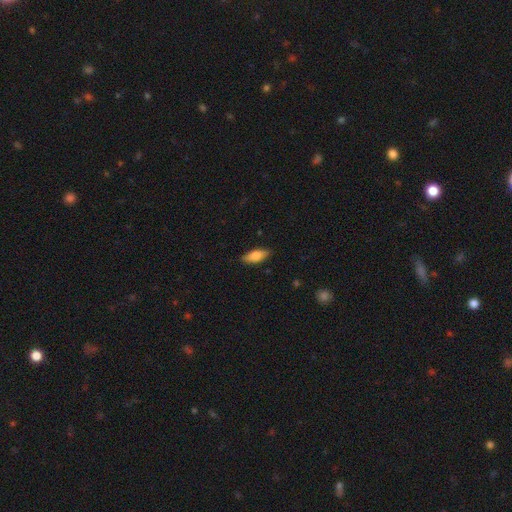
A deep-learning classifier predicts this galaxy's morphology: Smooth or featured: smooth — 77% (featured or disk — 17%)
How rounded: in between — 76% (cigar-shaped — 21%)
Merging: none — 86% (minor disturbance — 11%)